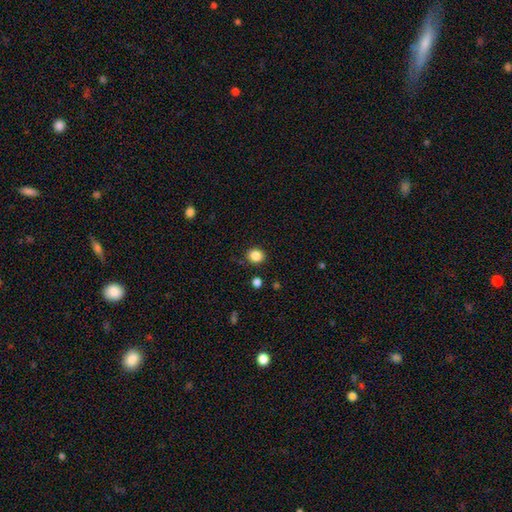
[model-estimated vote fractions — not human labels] The model was most divided on "how rounded": round: 76%, in between: 23%, cigar-shaped: 1%. More confident: merging — none (88%); smooth or featured — smooth (86%).